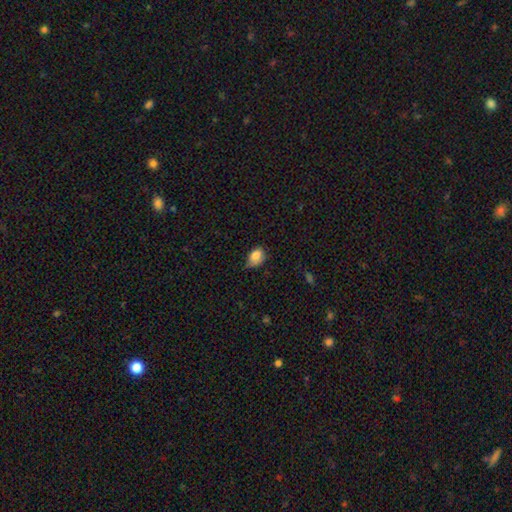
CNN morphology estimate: Smooth or featured? Predicted: smooth (p=0.84). How rounded? Predicted: in between (p=0.79). Merging? Predicted: none (p=0.50).